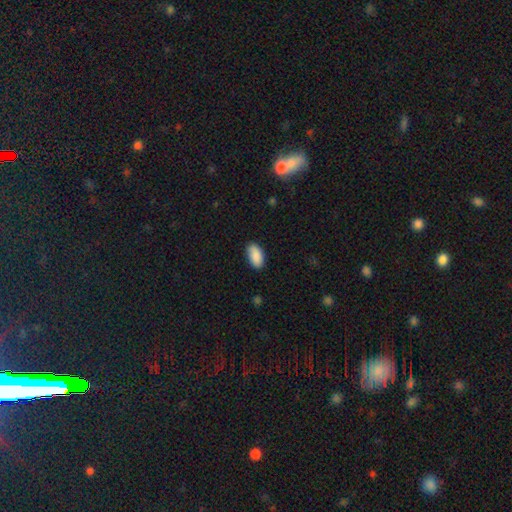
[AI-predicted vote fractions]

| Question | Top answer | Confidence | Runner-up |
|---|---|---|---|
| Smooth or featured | smooth | 91% | star or artifact (6%) |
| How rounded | in between | 95% | round (3%) |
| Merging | none | 86% | minor disturbance (11%) |